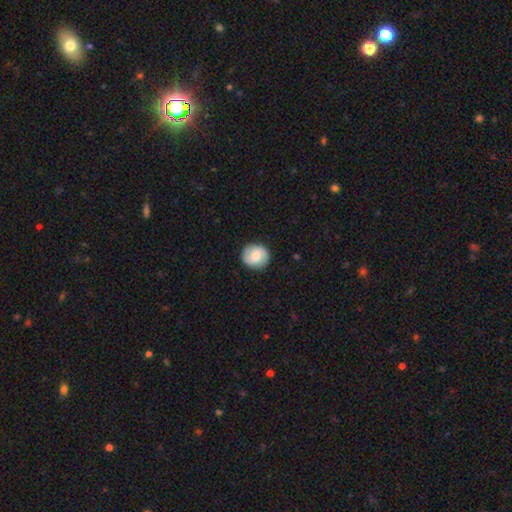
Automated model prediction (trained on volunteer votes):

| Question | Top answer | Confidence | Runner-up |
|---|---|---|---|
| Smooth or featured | smooth | 56% | featured or disk (38%) |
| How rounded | round | 85% | in between (14%) |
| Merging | none | 87% | minor disturbance (9%) |